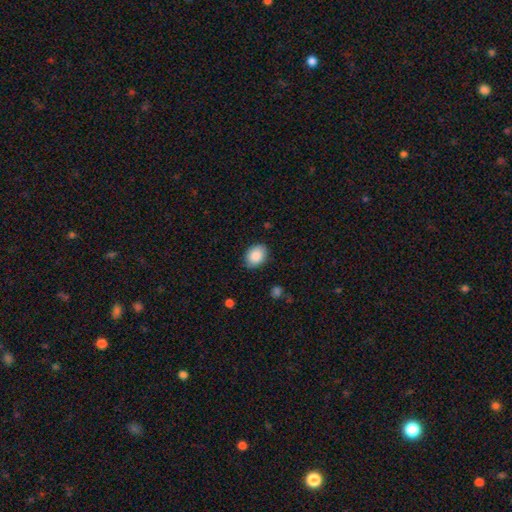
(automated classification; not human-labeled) A smooth galaxy with no disk features (88%) that is in between round and cigar-shaped (71%). Merging: none (83%).